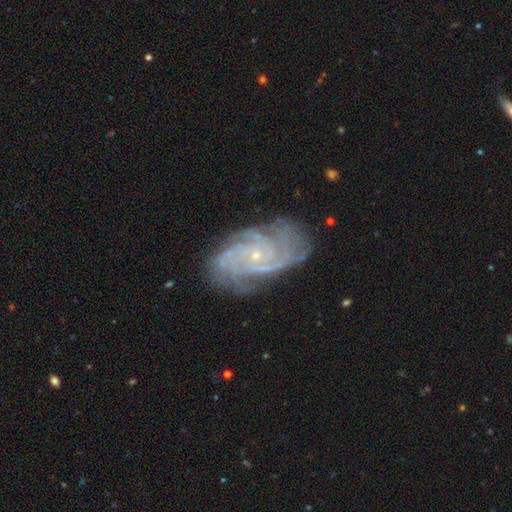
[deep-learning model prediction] Q: Smooth or featured?
A: featured or disk (89%); runner-up: star or artifact (6%)
Q: Edge-on disk?
A: no (97%); runner-up: yes (3%)
Q: Bar?
A: no (71%); runner-up: weak (23%)
Q: Spiral arms?
A: yes (98%); runner-up: no (2%)
Q: Spiral winding?
A: tight (66%); runner-up: medium (29%)
Q: Spiral arm count?
A: 4 (26%); runner-up: 3 (23%)
Q: Bulge size?
A: small (84%); runner-up: moderate (12%)
Q: Merging?
A: none (74%); runner-up: minor disturbance (18%)